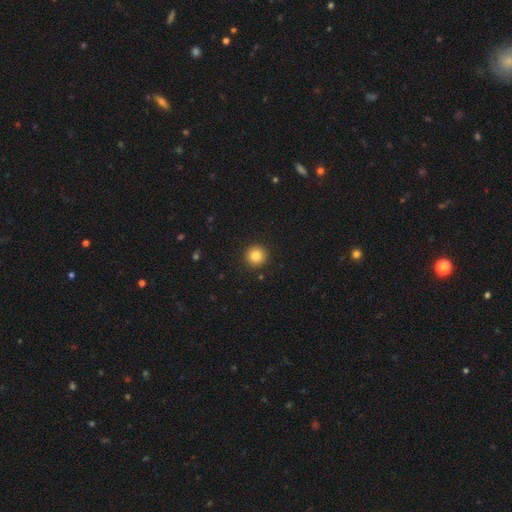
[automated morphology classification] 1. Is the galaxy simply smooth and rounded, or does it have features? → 82% smooth, 11% star or artifact, 7% featured or disk.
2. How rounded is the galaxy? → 96% round, 3% in between, 1% cigar-shaped.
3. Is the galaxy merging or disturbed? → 93% none, 4% minor disturbance, 2% major disturbance, 1% merger.